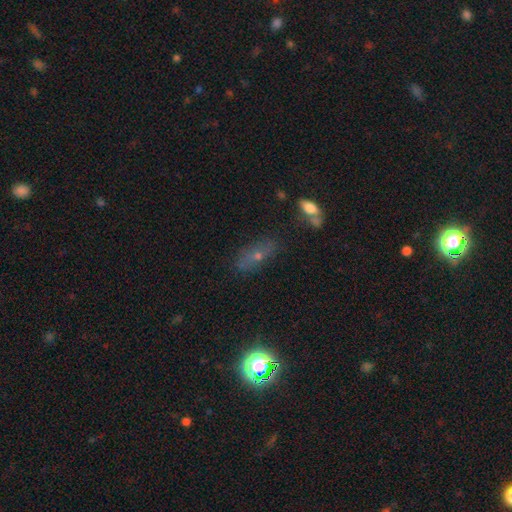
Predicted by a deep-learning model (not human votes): This appears to be a smooth galaxy with no disk features (45%). Merging: none (71%).